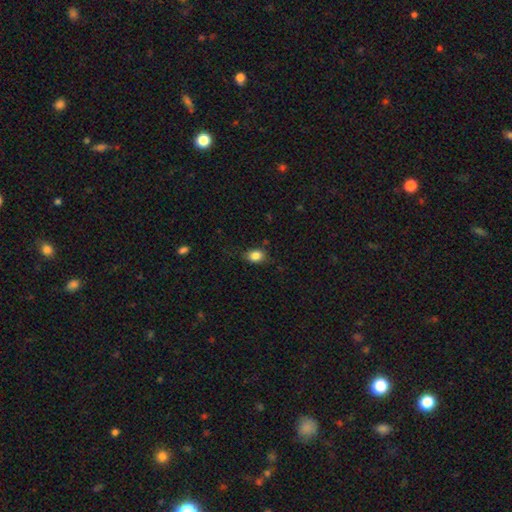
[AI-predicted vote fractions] Smooth or featured: smooth — 85% (star or artifact — 10%)
How rounded: in between — 64% (round — 35%)
Merging: none — 76% (minor disturbance — 18%)